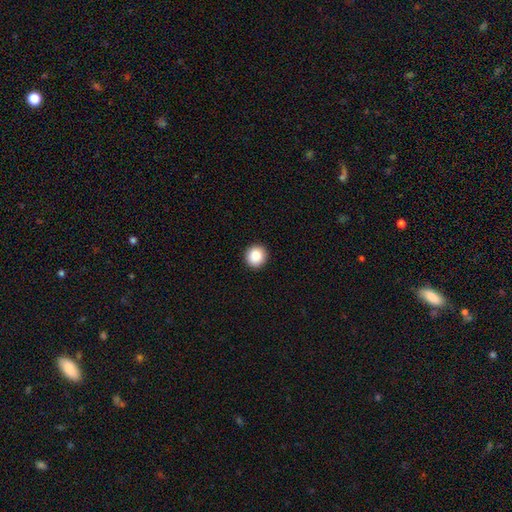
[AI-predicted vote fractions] The model was most divided on "smooth or featured": smooth: 88%, star or artifact: 8%, featured or disk: 3%. More confident: merging — none (93%); how rounded — round (92%).